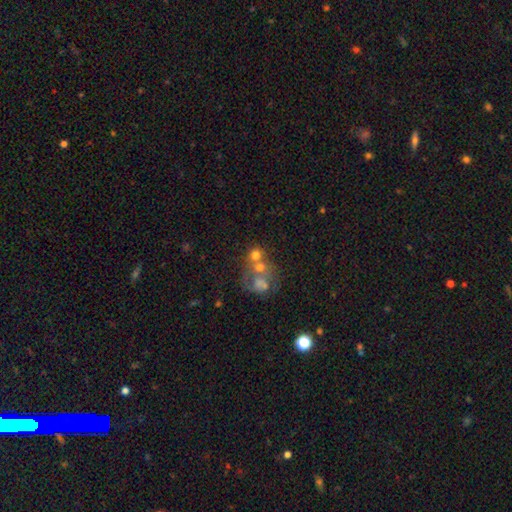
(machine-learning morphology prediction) smooth 60%, featured or disk 25%, star or artifact 15%. Down the decision tree: how rounded — round (77%); merging — merger (51%).